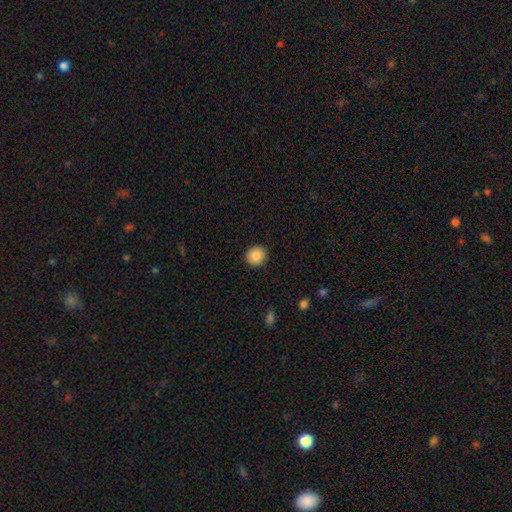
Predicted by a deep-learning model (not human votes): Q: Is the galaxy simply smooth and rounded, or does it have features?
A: smooth — 88%.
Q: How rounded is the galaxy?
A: round — 88%.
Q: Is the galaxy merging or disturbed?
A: none — 91%.